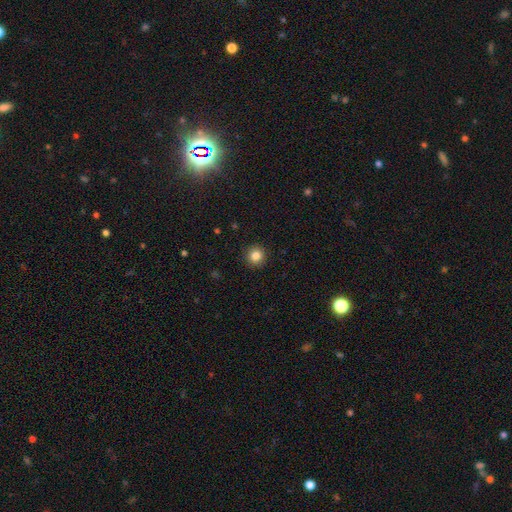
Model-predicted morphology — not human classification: Smooth or featured? smooth (84%)
How rounded? round (94%)
Merging? none (93%)